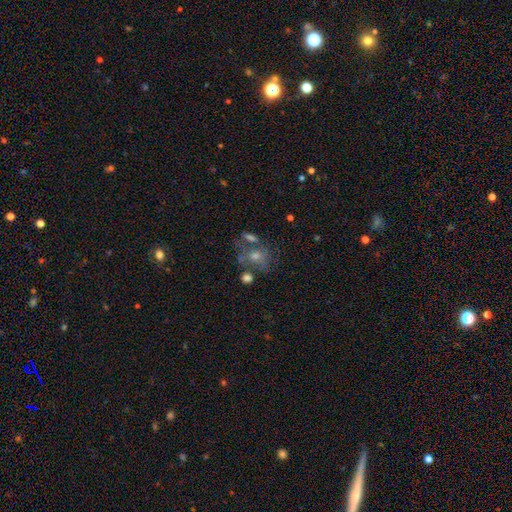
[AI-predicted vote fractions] Smooth or featured? Predicted: featured or disk (p=0.41). Merging? Predicted: none (p=0.51).